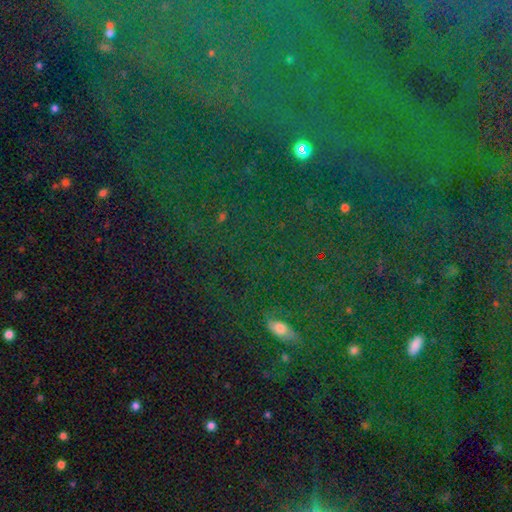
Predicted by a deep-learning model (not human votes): This appears to be a star or artifact, not a galaxy (65%).